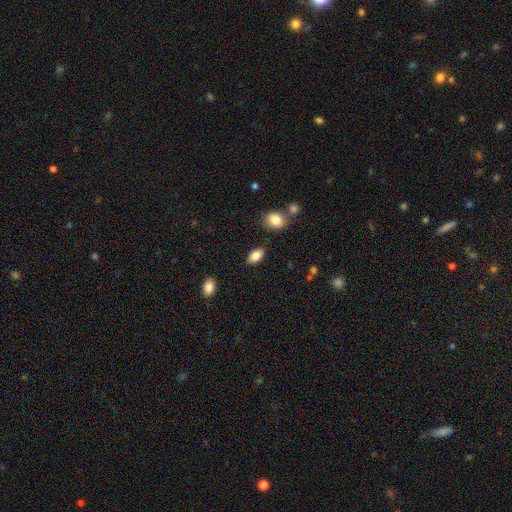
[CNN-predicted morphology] smooth-or-featured: smooth: 85% | featured or disk: 8% | star or artifact: 8%
  how-rounded: in between: 91% | round: 6% | cigar-shaped: 3%
  merging: none: 85% | minor disturbance: 10% | merger: 3% | major disturbance: 3%